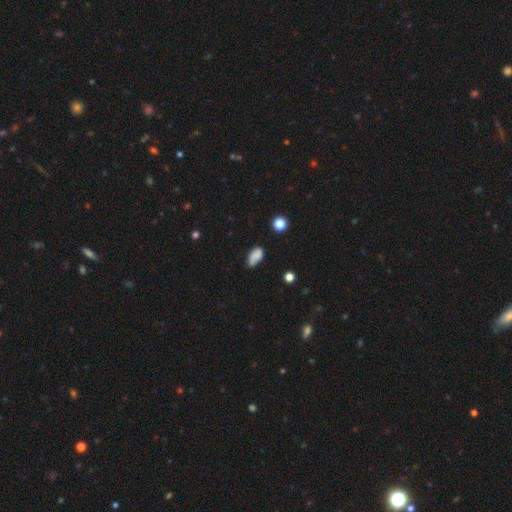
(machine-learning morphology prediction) This is likely a smooth galaxy (76%). How rounded: clearly in between (89%). Merging: possibly none (50%).